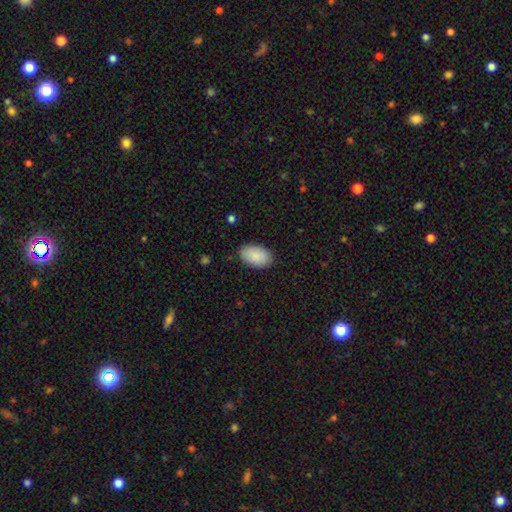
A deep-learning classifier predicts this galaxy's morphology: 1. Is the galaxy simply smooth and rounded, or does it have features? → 90% smooth, 6% star or artifact, 4% featured or disk.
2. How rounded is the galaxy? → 93% in between, 5% round, 1% cigar-shaped.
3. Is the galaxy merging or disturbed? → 86% none, 10% minor disturbance, 2% major disturbance, 1% merger.